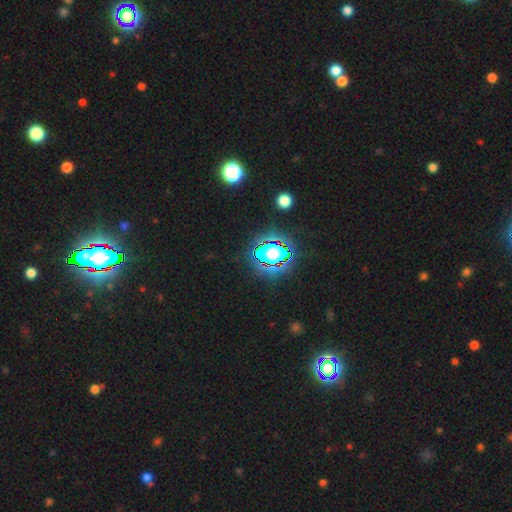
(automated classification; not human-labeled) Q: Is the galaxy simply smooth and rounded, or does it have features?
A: star or artifact — 81%.